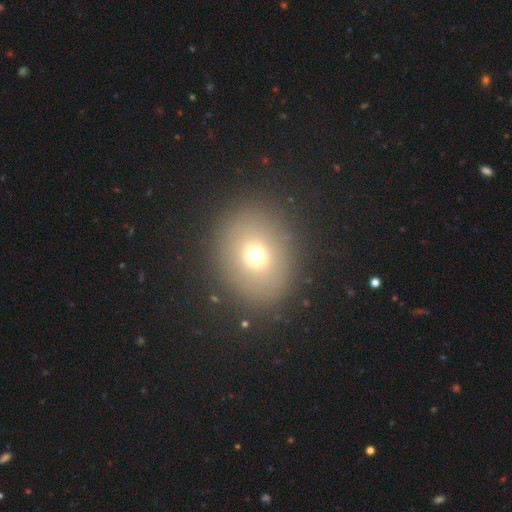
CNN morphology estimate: This appears to be a smooth galaxy with no disk features (70%) that is round (66%). Merging: none (87%).